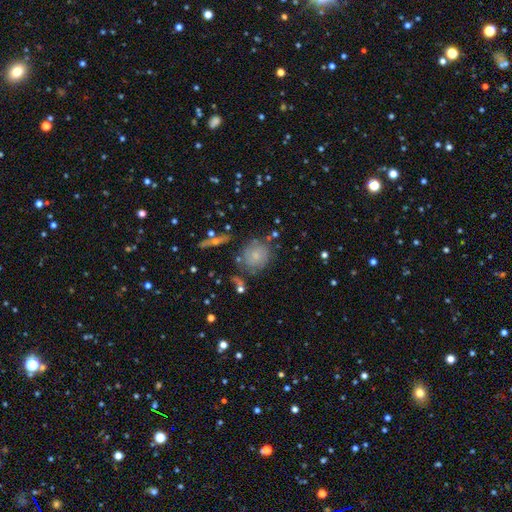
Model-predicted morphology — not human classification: A smooth galaxy with no disk features (58%) that is round (79%).

Vote fractions:
- Smooth or featured? smooth: 58% / featured or disk: 31% / star or artifact: 11%
- How rounded? round: 79% / in between: 19% / cigar-shaped: 2%
- Merging? none: 68% / minor disturbance: 18% / major disturbance: 7% / merger: 6%